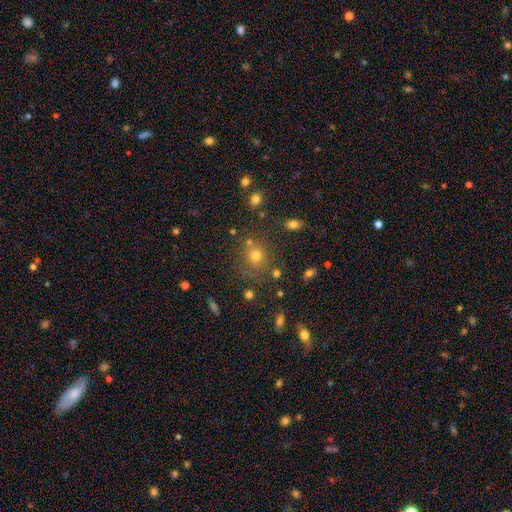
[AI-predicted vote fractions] The model was most divided on "smooth or featured": smooth: 67%, star or artifact: 23%, featured or disk: 10%. More confident: how rounded — round (86%); merging — none (75%).